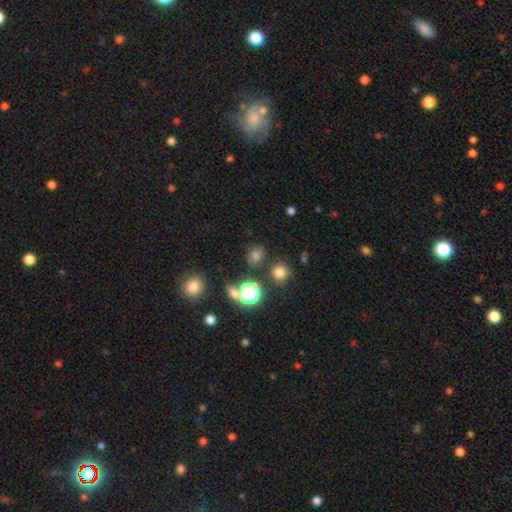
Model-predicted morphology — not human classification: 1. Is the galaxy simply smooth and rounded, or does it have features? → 62% smooth, 30% star or artifact, 8% featured or disk.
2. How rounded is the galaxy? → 79% round, 20% in between, 1% cigar-shaped.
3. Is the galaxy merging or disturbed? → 79% none, 10% minor disturbance, 6% merger, 5% major disturbance.